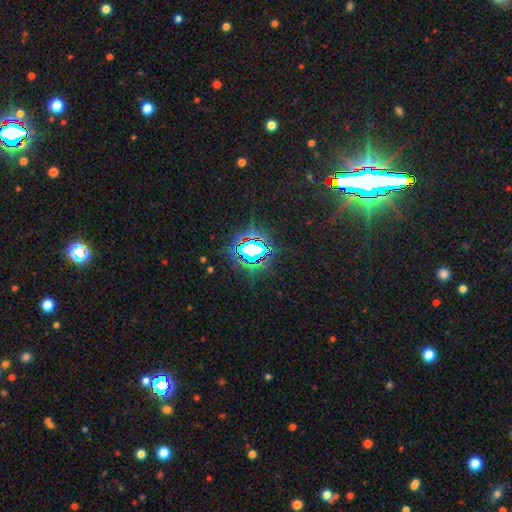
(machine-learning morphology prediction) smooth-or-featured: star or artifact: 78% | smooth: 12% | featured or disk: 9%